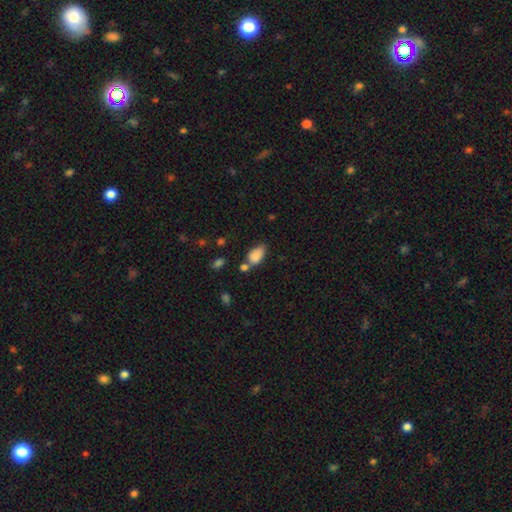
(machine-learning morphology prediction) This is clearly a smooth galaxy (85%). How rounded: clearly in between (89%). Merging: possibly none (45%).